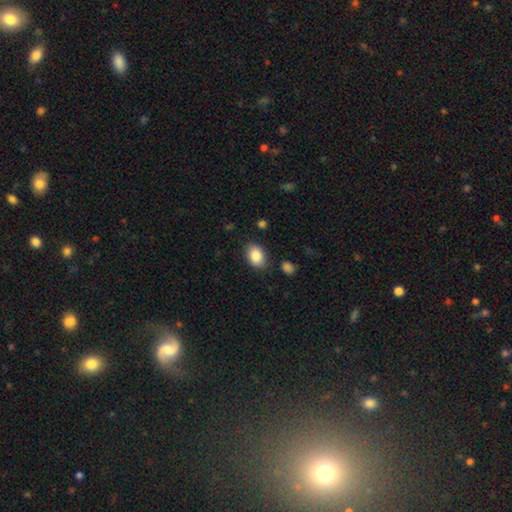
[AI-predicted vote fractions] smooth 87%, star or artifact 7%, featured or disk 6%. Down the decision tree: how rounded — in between (83%); merging — none (83%).